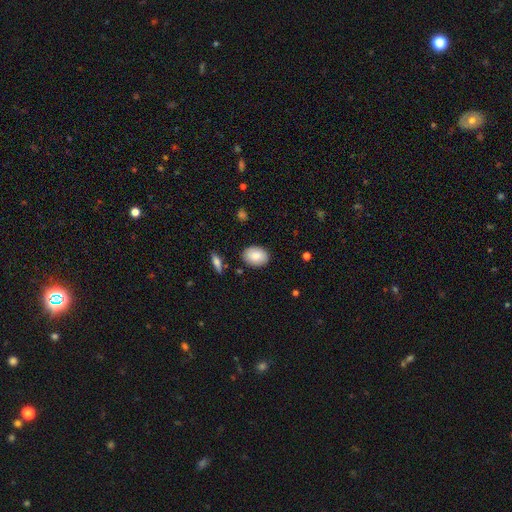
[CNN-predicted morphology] This is clearly a smooth galaxy (84%). How rounded: likely in between (76%). Merging: clearly none (87%).